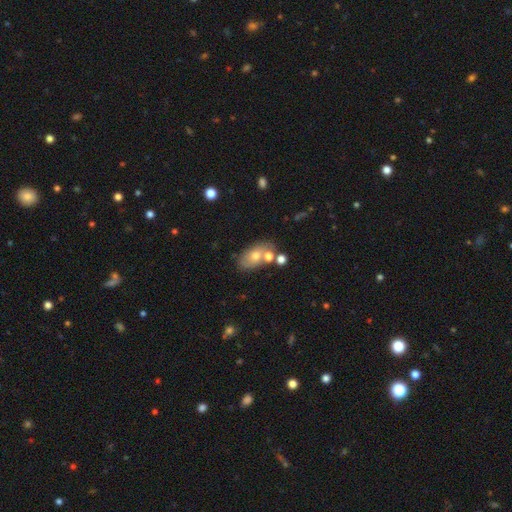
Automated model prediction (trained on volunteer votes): Smooth or featured? Predicted: smooth (p=0.64). How rounded? Predicted: in between (p=0.86). Merging? Predicted: none (p=0.58).